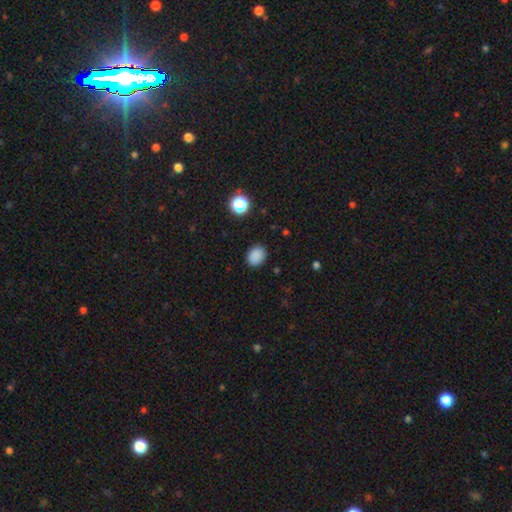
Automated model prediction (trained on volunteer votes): A smooth galaxy with no disk features (86%) that is in between round and cigar-shaped (50%, tied with round). Merging: none (87%).